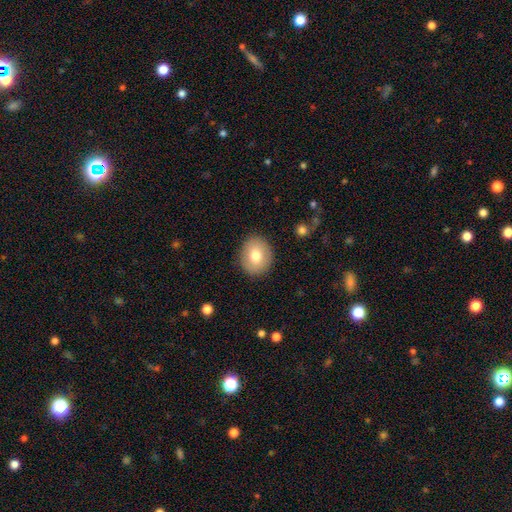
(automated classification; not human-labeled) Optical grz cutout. It shows a smooth galaxy with no disk features (75%) that is round (65%). Merging: none (88%).